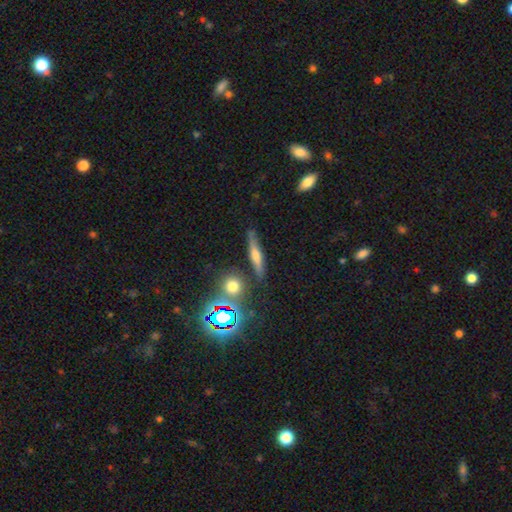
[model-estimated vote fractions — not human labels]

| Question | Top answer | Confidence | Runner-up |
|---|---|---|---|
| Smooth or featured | smooth | 47% | featured or disk (38%) |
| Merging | none | 80% | minor disturbance (12%) |